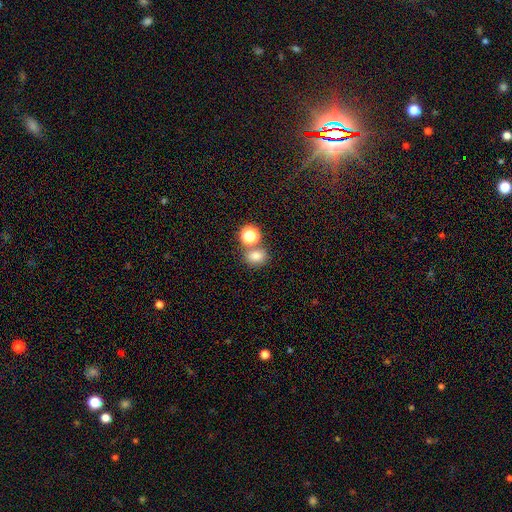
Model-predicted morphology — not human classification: A smooth galaxy with no disk features (76%) that is round (56%).

Vote fractions:
- Smooth or featured? smooth: 76% / star or artifact: 16% / featured or disk: 8%
- How rounded? round: 56% / in between: 43% / cigar-shaped: 1%
- Merging? none: 60% / merger: 27% / minor disturbance: 10% / major disturbance: 4%